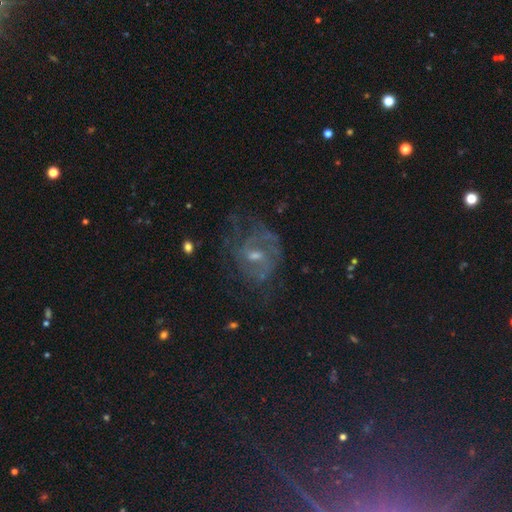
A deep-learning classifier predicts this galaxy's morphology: Q: Smooth or featured?
A: featured or disk (74%); runner-up: smooth (15%)
Q: Edge-on disk?
A: no (97%); runner-up: yes (3%)
Q: Bar?
A: weak (53%); runner-up: no (37%)
Q: Spiral arms?
A: yes (78%); runner-up: no (22%)
Q: Spiral winding?
A: medium (44%); runner-up: tight (34%)
Q: Spiral arm count?
A: can't tell (38%); runner-up: 2 (35%)
Q: Bulge size?
A: moderate (46%); runner-up: small (44%)
Q: Merging?
A: none (52%); runner-up: major disturbance (24%)